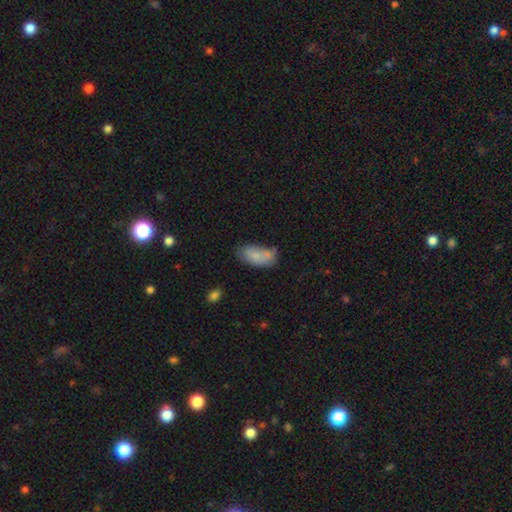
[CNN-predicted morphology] This is likely a smooth galaxy (79%). How rounded: clearly in between (93%). Merging: possibly none (48%).